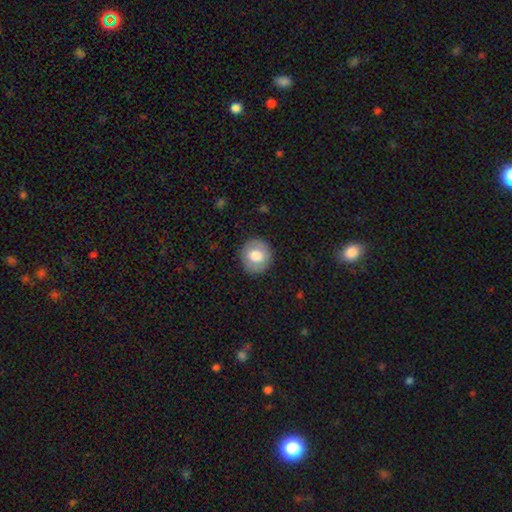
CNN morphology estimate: This is likely a smooth galaxy (74%). How rounded: clearly round (89%). Merging: clearly none (89%).